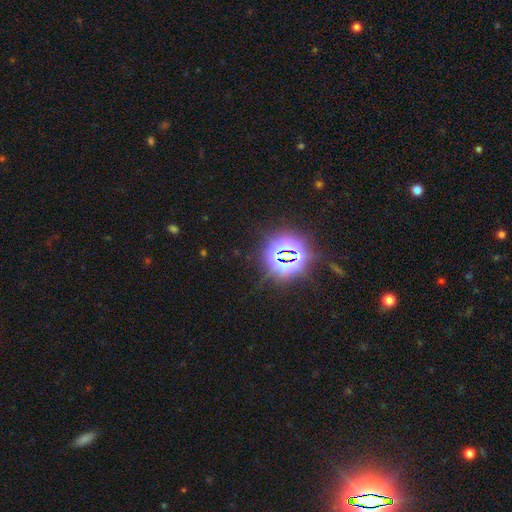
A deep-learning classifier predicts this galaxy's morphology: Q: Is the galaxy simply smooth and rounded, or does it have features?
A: star or artifact — 82%.